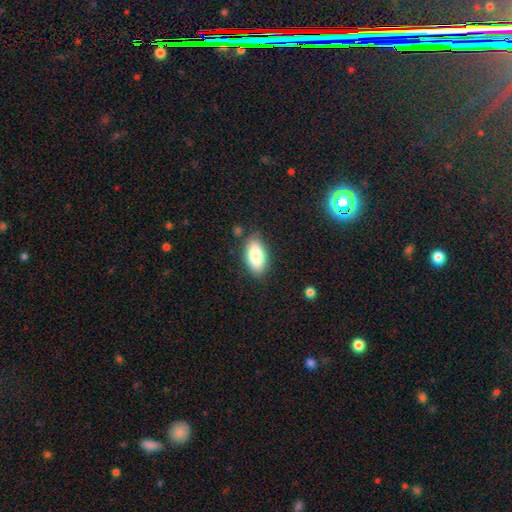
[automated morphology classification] Smooth or featured?
  - smooth: 82% *
  - featured or disk: 11%
  - star or artifact: 7%
How rounded?
  - in between: 90% *
  - cigar-shaped: 7%
  - round: 3%
Merging?
  - none: 84% *
  - minor disturbance: 11%
  - major disturbance: 3%
  - merger: 2%